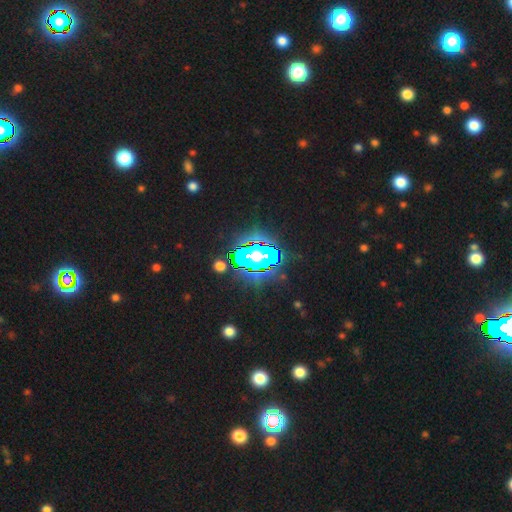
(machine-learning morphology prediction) Smooth or featured: star or artifact — 59% (featured or disk — 21%)